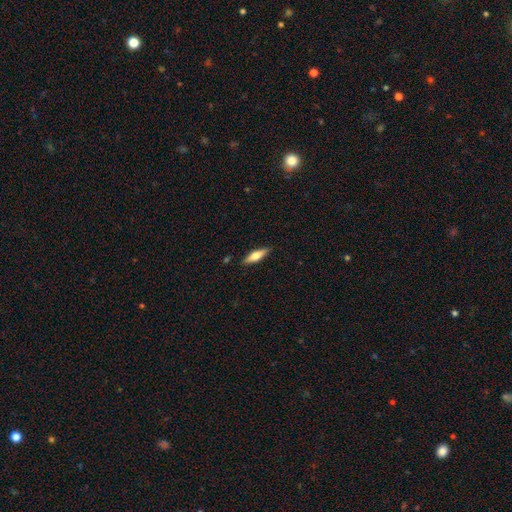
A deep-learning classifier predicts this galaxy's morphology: This is possibly a smooth galaxy (54%). How rounded: possibly cigar-shaped (59%). Merging: clearly none (88%).